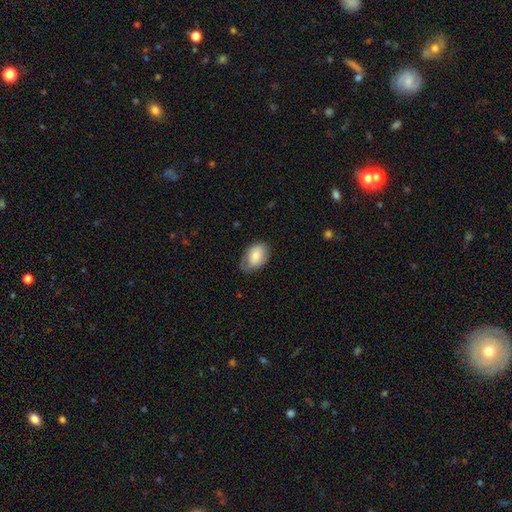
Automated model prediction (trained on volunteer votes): Smooth or featured?
  - smooth: 77% *
  - featured or disk: 16%
  - star or artifact: 7%
How rounded?
  - in between: 87% *
  - round: 12%
  - cigar-shaped: 1%
Merging?
  - none: 63% *
  - minor disturbance: 28%
  - major disturbance: 7%
  - merger: 1%